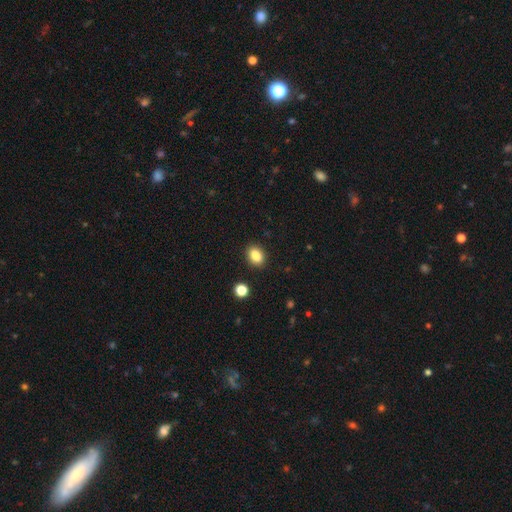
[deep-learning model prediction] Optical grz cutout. It shows a smooth galaxy with no disk features (87%) that is in between round and cigar-shaped (72%). Merging: none (88%).